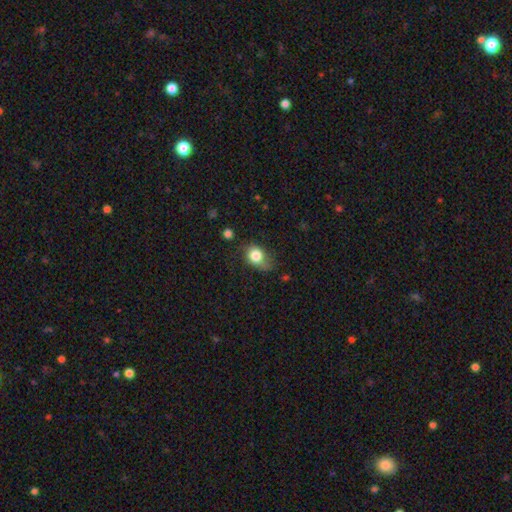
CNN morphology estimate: This is likely a smooth galaxy (80%). How rounded: possibly in between (51%). Merging: possibly none (52%).